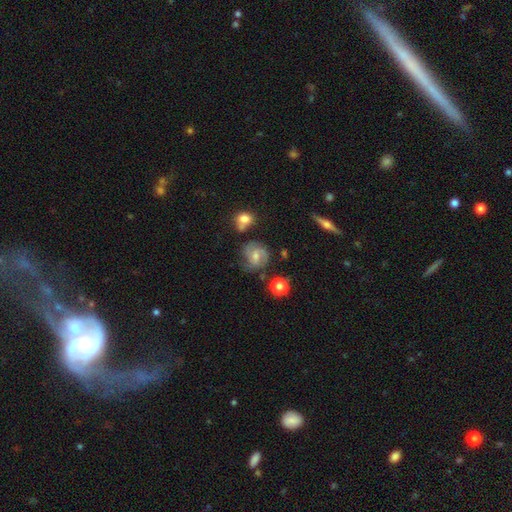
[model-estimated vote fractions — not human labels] Q: Smooth or featured?
A: featured or disk (70%); runner-up: smooth (22%)
Q: Edge-on disk?
A: no (97%); runner-up: yes (3%)
Q: Bar?
A: weak (50%); runner-up: no (40%)
Q: Spiral arms?
A: yes (93%); runner-up: no (7%)
Q: Spiral winding?
A: medium (45%); runner-up: tight (38%)
Q: Spiral arm count?
A: 2 (53%); runner-up: 3 (21%)
Q: Bulge size?
A: moderate (50%); runner-up: small (41%)
Q: Merging?
A: none (61%); runner-up: minor disturbance (22%)